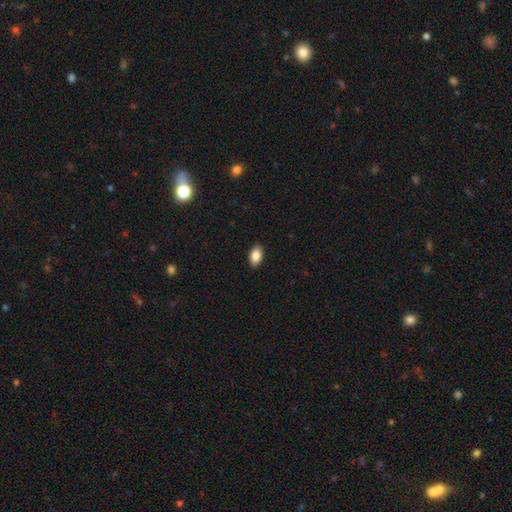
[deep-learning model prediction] Smooth or featured? smooth (85%)
How rounded? in between (92%)
Merging? none (89%)